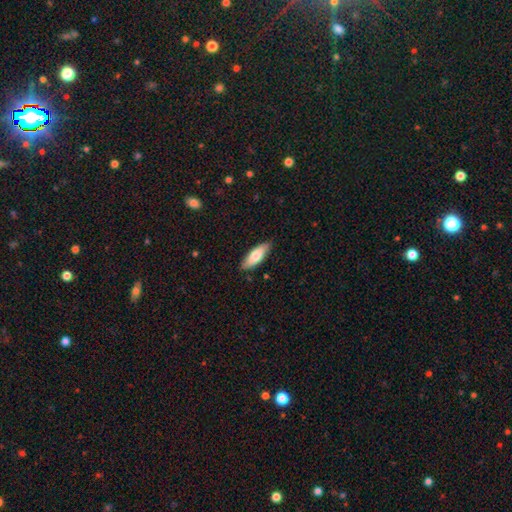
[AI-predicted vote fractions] Smooth or featured?
  - smooth: 75% *
  - featured or disk: 19%
  - star or artifact: 6%
How rounded?
  - in between: 64% *
  - cigar-shaped: 34%
  - round: 2%
Merging?
  - none: 86% *
  - minor disturbance: 11%
  - major disturbance: 2%
  - merger: 1%